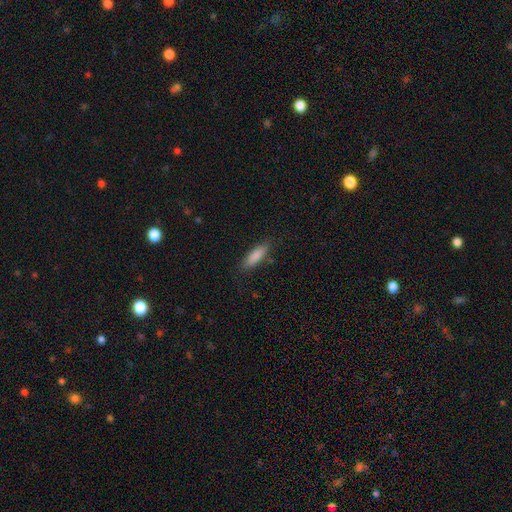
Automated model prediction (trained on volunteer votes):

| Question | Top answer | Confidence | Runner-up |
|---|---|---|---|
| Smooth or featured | smooth | 85% | featured or disk (9%) |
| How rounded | cigar-shaped | 50% | in between (48%) |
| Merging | none | 81% | minor disturbance (14%) |